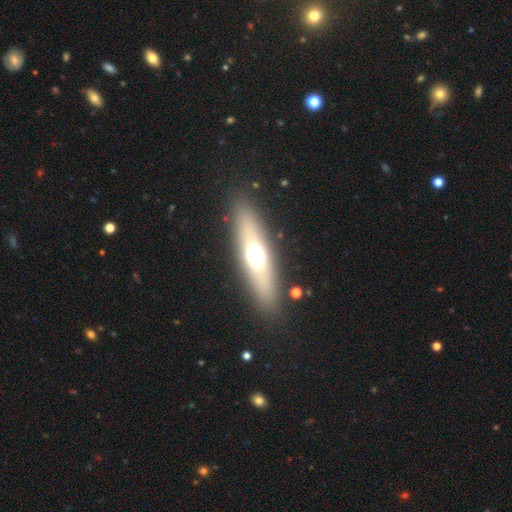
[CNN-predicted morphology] smooth 46%, featured or disk 44%, star or artifact 10%. Down the decision tree: merging — none (87%).